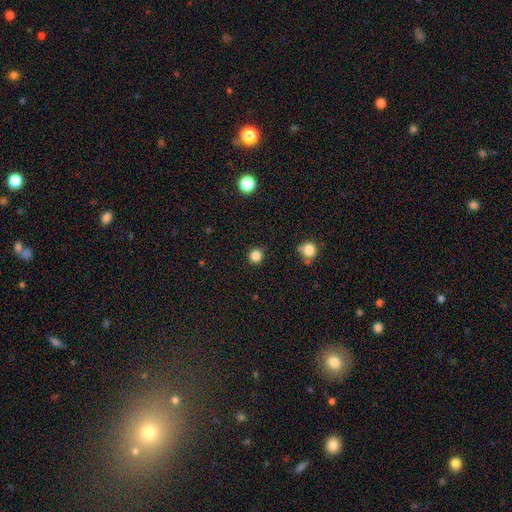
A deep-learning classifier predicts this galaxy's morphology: Q: Smooth or featured?
A: smooth (84%); runner-up: star or artifact (12%)
Q: How rounded?
A: round (94%); runner-up: in between (5%)
Q: Merging?
A: none (90%); runner-up: minor disturbance (7%)